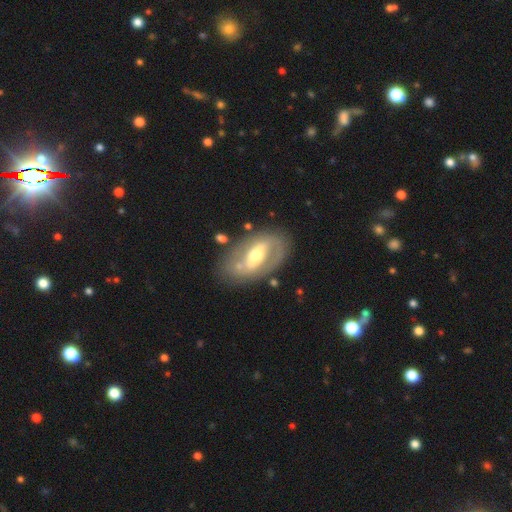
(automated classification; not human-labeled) A featured or disk galaxy (73%) with a strong bar (47%), spiral arms (57%) and a moderate central bulge (64%).

Vote fractions:
- Smooth or featured? featured or disk: 73% / smooth: 21% / star or artifact: 6%
- Edge-on disk? no: 92% / yes: 8%
- Bar? strong: 47% / weak: 32% / no: 22%
- Spiral arms? yes: 57% / no: 43%
- Bulge size? moderate: 64% / small: 23% / large: 11% / dominant: 1% / none: 1%
- Merging? none: 73% / minor disturbance: 16% / major disturbance: 7% / merger: 4%